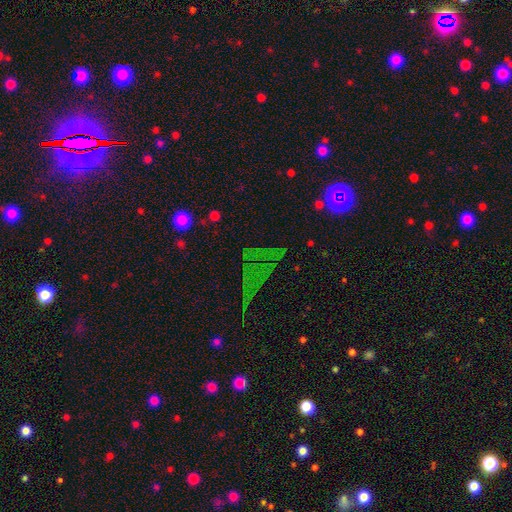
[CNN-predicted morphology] This is likely a star or artifact rather than a galaxy (67%).